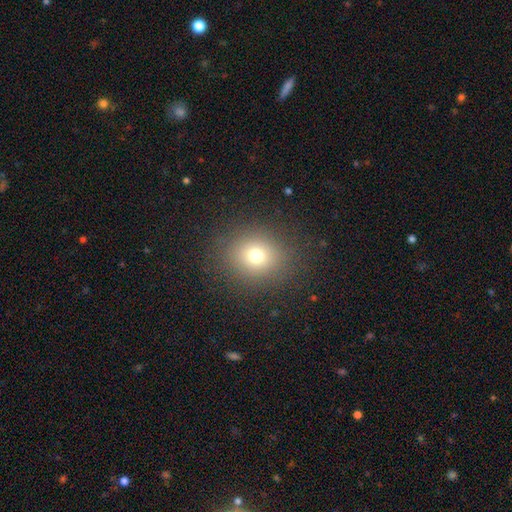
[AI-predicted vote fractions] This is likely a smooth galaxy (72%). How rounded: likely round (80%). Merging: clearly none (86%).